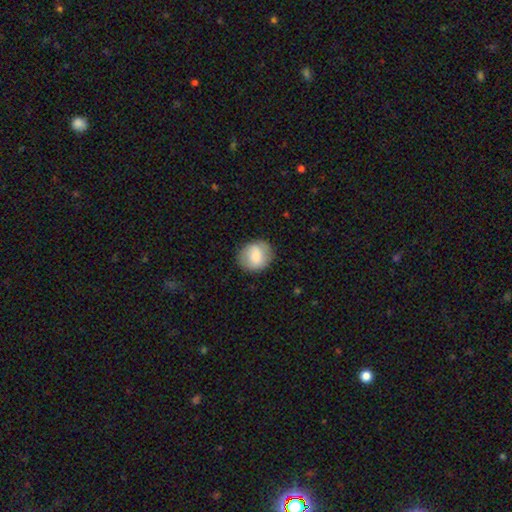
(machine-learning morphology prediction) Overall: smooth (71%). How rounded: round (77%). Merging: none (86%).